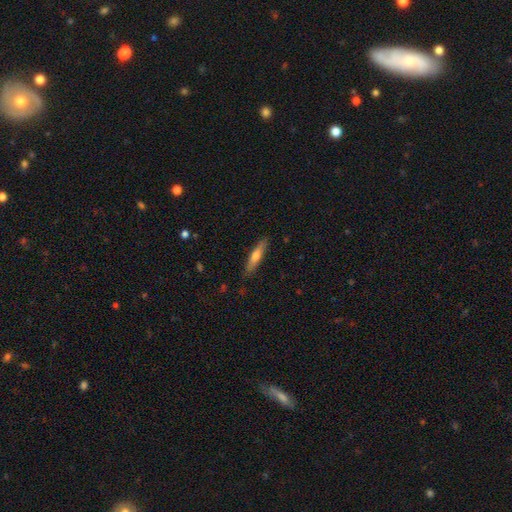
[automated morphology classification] Overall: smooth (59%; featured or disk 35%). How rounded: cigar-shaped (84%). Merging: none (87%).